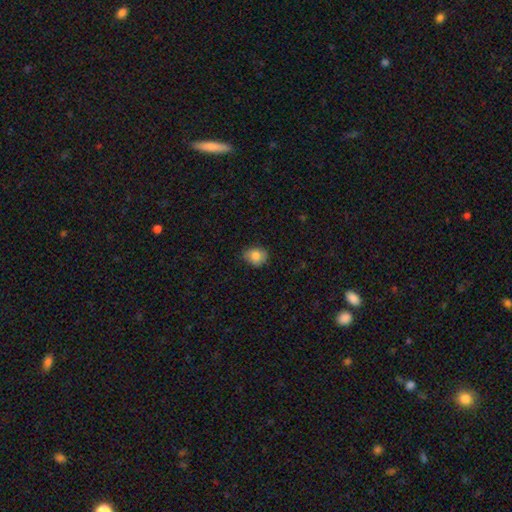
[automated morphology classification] smooth-or-featured: smooth: 82% | featured or disk: 10% | star or artifact: 9%
  how-rounded: round: 56% | in between: 43% | cigar-shaped: 1%
  merging: none: 76% | minor disturbance: 20% | major disturbance: 3% | merger: 1%